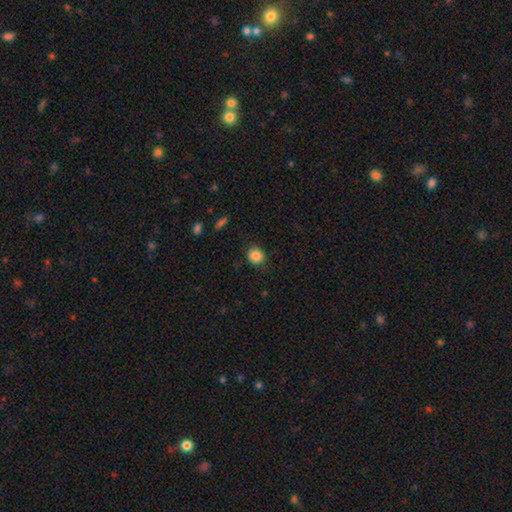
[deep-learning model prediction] This appears to be a smooth galaxy with no disk features (85%) that is round (81%). Merging: none (85%).